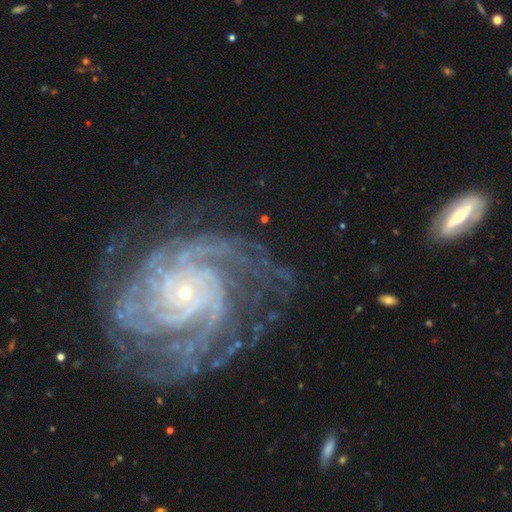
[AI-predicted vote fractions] Smooth or featured?
  - featured or disk: 91% *
  - star or artifact: 6%
  - smooth: 3%
Edge-on disk?
  - no: 98% *
  - yes: 2%
Bar?
  - no: 72% *
  - weak: 18%
  - strong: 9%
Spiral arms?
  - yes: 98% *
  - no: 2%
Spiral winding?
  - tight: 75% *
  - medium: 22%
  - loose: 3%
Spiral arm count?
  - 4: 24% *
  - more than 4: 20%
  - can't tell: 18%
  - 3: 16%
  - 2: 13%
  - 1: 8%
Bulge size?
  - small: 84% *
  - moderate: 12%
  - none: 2%
  - large: 1%
  - dominant: 1%
Merging?
  - none: 67% *
  - minor disturbance: 18%
  - major disturbance: 12%
  - merger: 3%